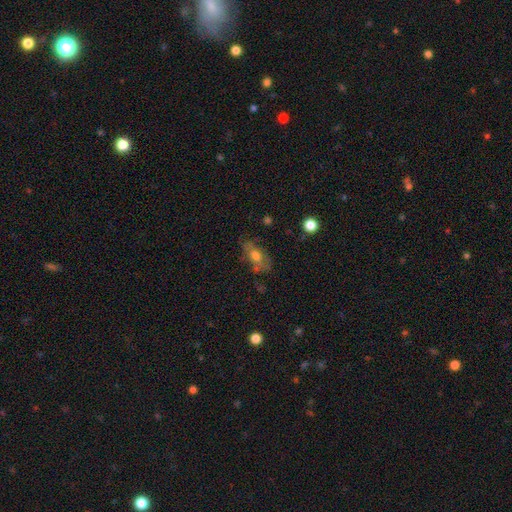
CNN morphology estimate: Smooth or featured? Predicted: smooth (p=0.56). How rounded? Predicted: in between (p=0.82). Merging? Predicted: none (p=0.60).